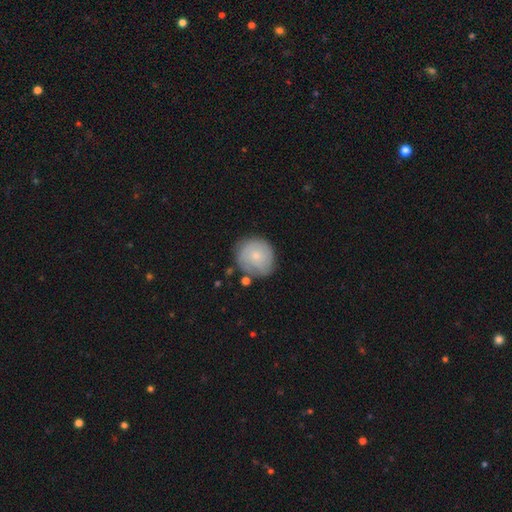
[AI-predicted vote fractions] smooth 66%, featured or disk 27%, star or artifact 7%. Down the decision tree: how rounded — round (86%); merging — none (70%).